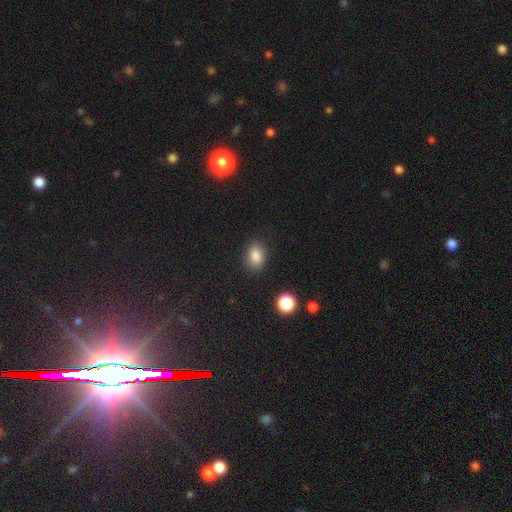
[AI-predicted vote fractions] smooth_or_featured: smooth (p=0.85) [alt: star or artifact p=0.10]
how_rounded: in between (p=0.77) [alt: round p=0.21]
merging: none (p=0.83) [alt: minor disturbance p=0.12]